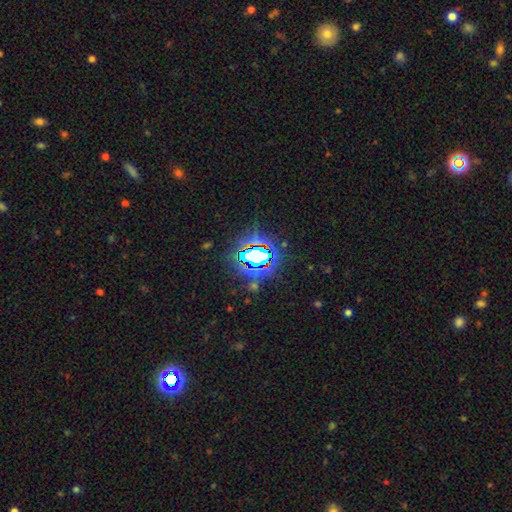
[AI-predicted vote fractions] Smooth or featured? star or artifact (71%)